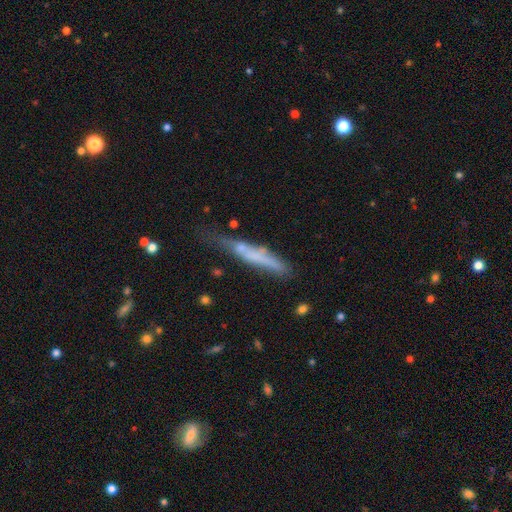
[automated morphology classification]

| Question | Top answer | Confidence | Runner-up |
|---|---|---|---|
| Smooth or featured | smooth | 51% | featured or disk (40%) |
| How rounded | cigar-shaped | 92% | in between (6%) |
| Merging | none | 47% | minor disturbance (31%) |